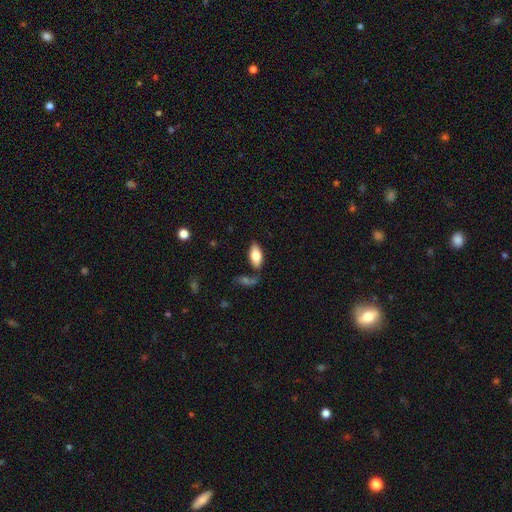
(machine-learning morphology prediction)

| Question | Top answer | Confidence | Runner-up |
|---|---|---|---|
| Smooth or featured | smooth | 79% | featured or disk (15%) |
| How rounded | in between | 91% | cigar-shaped (7%) |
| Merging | none | 69% | minor disturbance (15%) |